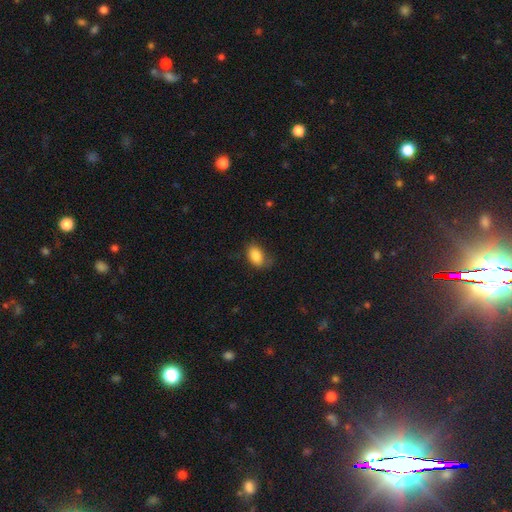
Morphology: type=smooth (83%); roundness=in between (94%); merging=none (68%).